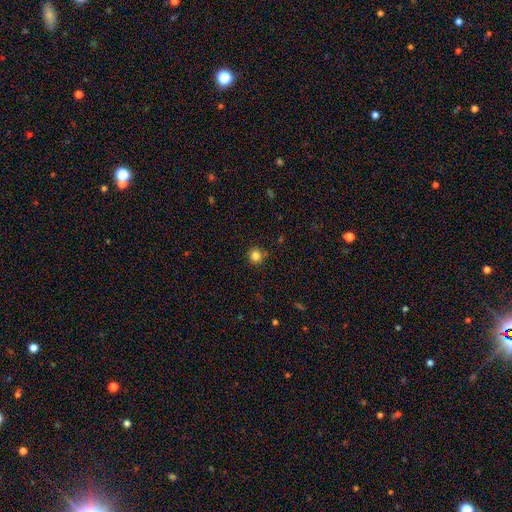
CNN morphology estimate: Smooth or featured? Predicted: smooth (p=0.82). How rounded? Predicted: round (p=0.93). Merging? Predicted: none (p=0.85).